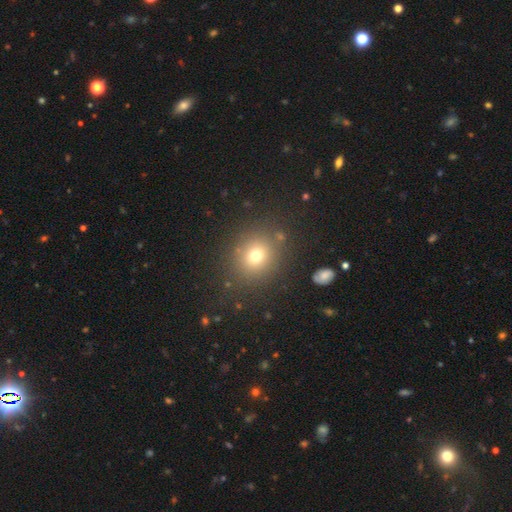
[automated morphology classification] Q: Smooth or featured?
A: smooth (73%); runner-up: star or artifact (17%)
Q: How rounded?
A: round (79%); runner-up: in between (20%)
Q: Merging?
A: none (85%); runner-up: minor disturbance (9%)